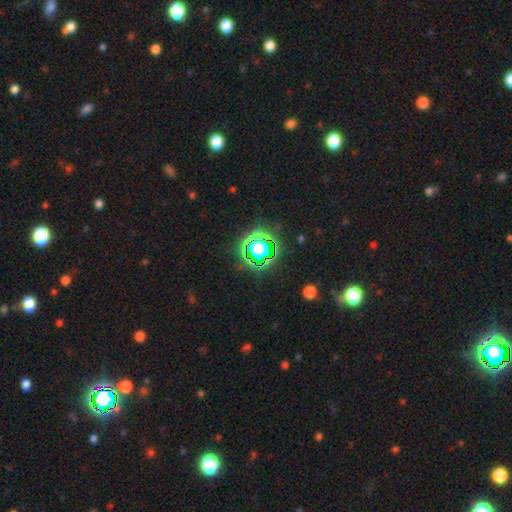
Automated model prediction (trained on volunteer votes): Overall: star or artifact (70%).